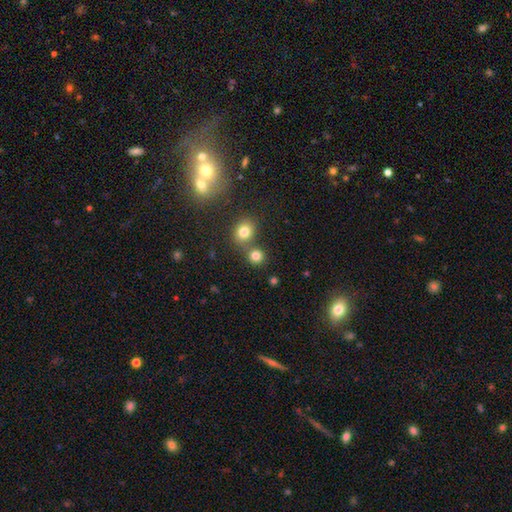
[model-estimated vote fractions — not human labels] Smooth or featured: smooth — 79% (star or artifact — 14%)
How rounded: round — 87% (in between — 12%)
Merging: none — 64% (merger — 26%)